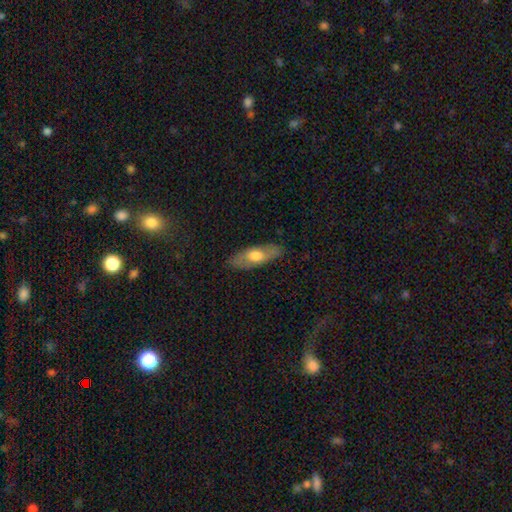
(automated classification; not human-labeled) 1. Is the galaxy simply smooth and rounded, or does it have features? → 54% smooth, 40% featured or disk, 5% star or artifact.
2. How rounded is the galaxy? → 63% in between, 34% cigar-shaped, 3% round.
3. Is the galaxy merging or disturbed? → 83% none, 13% minor disturbance, 3% major disturbance, 1% merger.